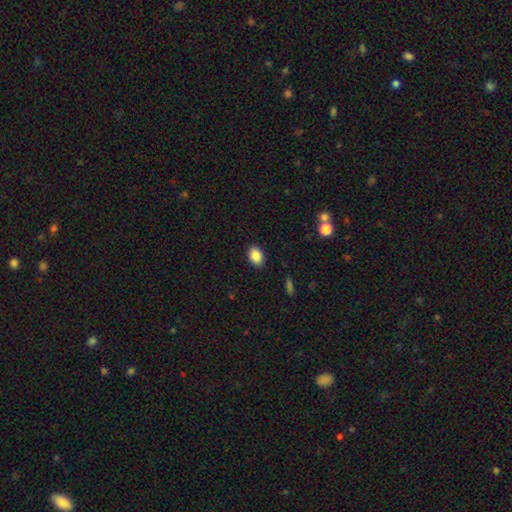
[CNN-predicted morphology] type=smooth (87%); roundness=in between (73%); merging=none (89%).